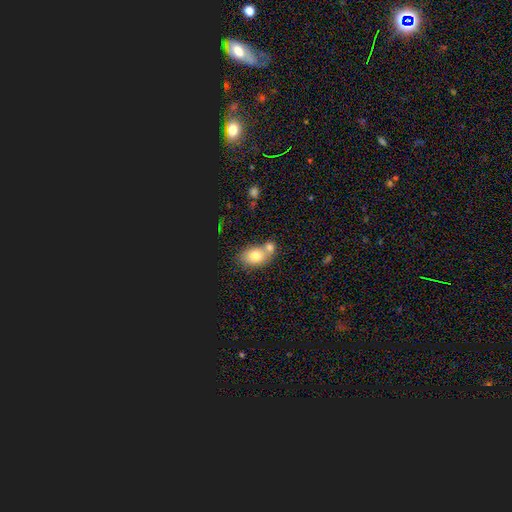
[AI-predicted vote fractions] This appears to be a smooth galaxy with no disk features (74%) that is in between round and cigar-shaped (69%). Merging: merger (50%).